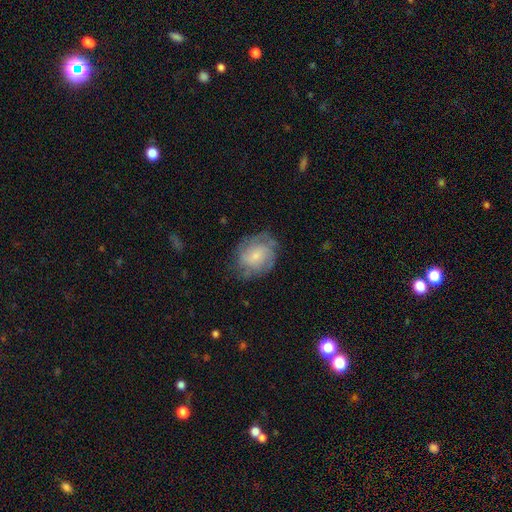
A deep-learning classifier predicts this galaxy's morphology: Q: Smooth or featured?
A: featured or disk (51%); runner-up: smooth (41%)
Q: Edge-on disk?
A: no (97%); runner-up: yes (3%)
Q: Merging?
A: none (64%); runner-up: minor disturbance (24%)